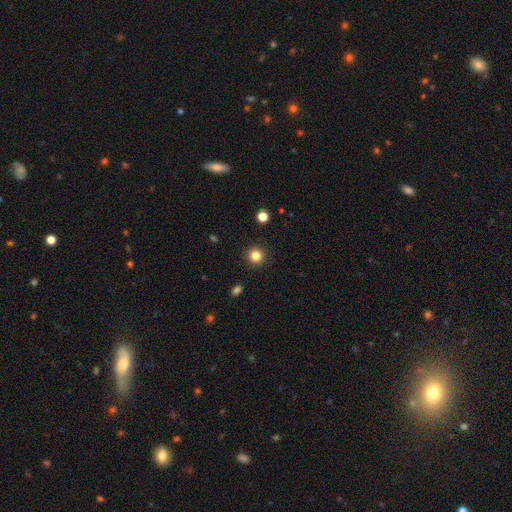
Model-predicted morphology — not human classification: Smooth or featured? Predicted: smooth (p=0.84). How rounded? Predicted: round (p=0.95). Merging? Predicted: none (p=0.92).